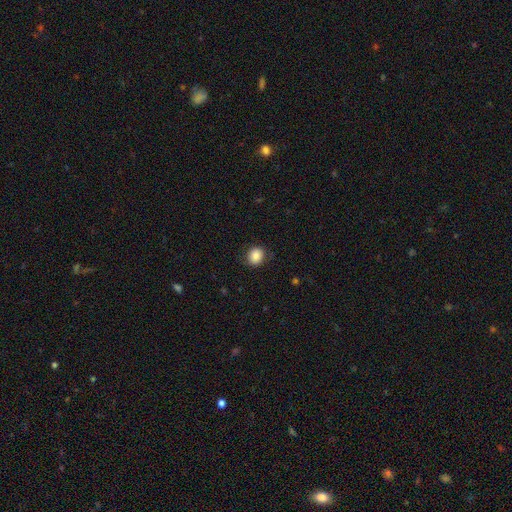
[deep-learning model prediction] smooth-or-featured: smooth: 86% | star or artifact: 9% | featured or disk: 5%
  how-rounded: round: 74% | in between: 25% | cigar-shaped: 1%
  merging: none: 84% | minor disturbance: 11% | major disturbance: 3% | merger: 1%